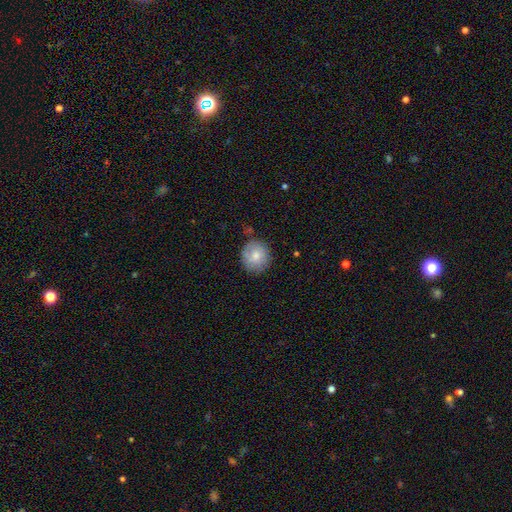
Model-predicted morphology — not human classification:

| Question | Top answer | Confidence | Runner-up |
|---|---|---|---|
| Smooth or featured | smooth | 73% | featured or disk (20%) |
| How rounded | round | 87% | in between (12%) |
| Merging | none | 75% | minor disturbance (18%) |